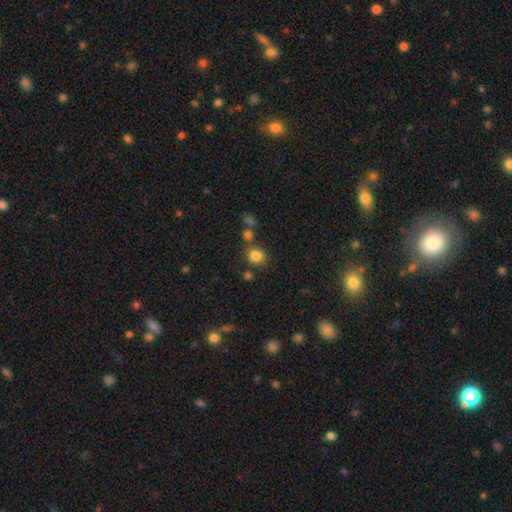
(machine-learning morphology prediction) This is clearly a smooth galaxy (83%). How rounded: likely round (79%). Merging: likely none (74%).